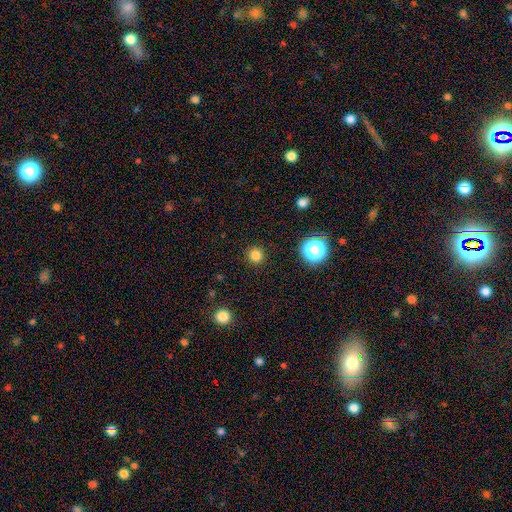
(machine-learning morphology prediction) type=smooth (81%); roundness=round (95%); merging=none (91%).